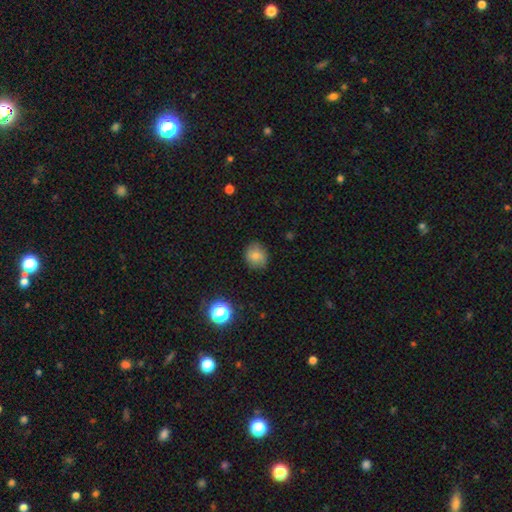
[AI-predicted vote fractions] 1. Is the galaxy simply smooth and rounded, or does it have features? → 74% smooth, 15% featured or disk, 12% star or artifact.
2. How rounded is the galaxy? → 77% round, 22% in between, 1% cigar-shaped.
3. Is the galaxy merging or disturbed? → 80% none, 15% minor disturbance, 4% major disturbance, 1% merger.